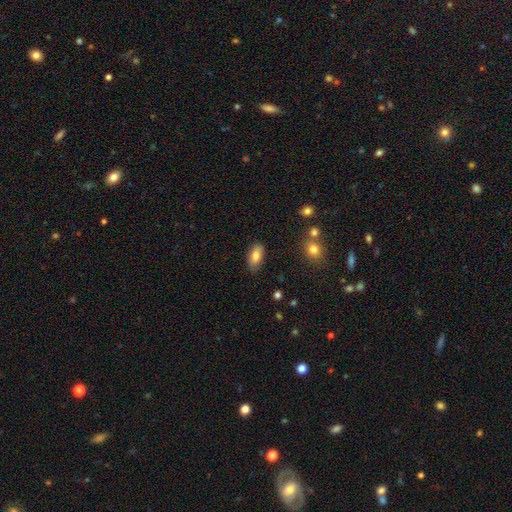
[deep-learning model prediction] smooth_or_featured: smooth (p=0.81) [alt: featured or disk p=0.12]
how_rounded: in between (p=0.90) [alt: cigar-shaped p=0.07]
merging: none (p=0.82) [alt: minor disturbance p=0.14]